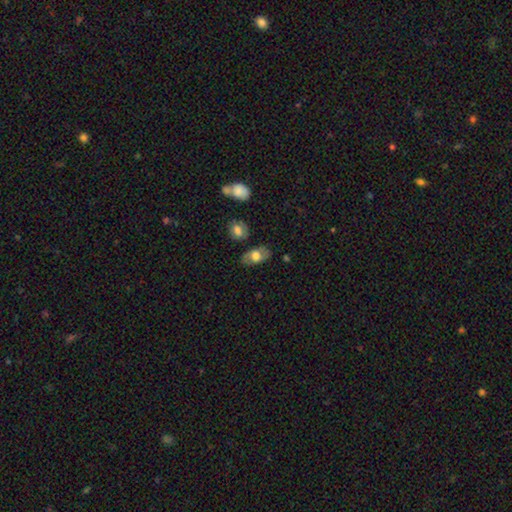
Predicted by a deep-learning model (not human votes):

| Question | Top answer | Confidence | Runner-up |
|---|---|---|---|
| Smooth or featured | smooth | 62% | featured or disk (31%) |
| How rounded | in between | 88% | round (9%) |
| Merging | none | 76% | minor disturbance (16%) |